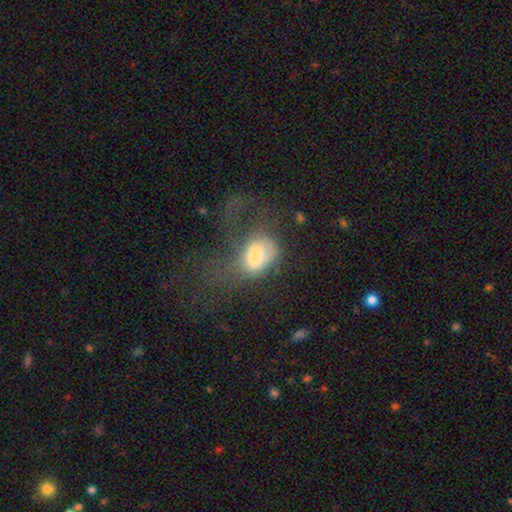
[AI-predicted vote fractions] smooth 66%, featured or disk 25%, star or artifact 10%. Down the decision tree: how rounded — in between (72%); merging — major disturbance (59%).